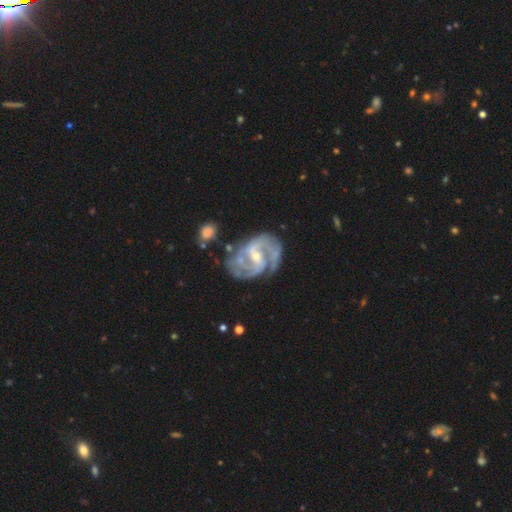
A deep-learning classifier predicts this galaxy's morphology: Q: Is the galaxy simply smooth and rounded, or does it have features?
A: featured or disk — 91%.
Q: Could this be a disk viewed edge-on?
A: no — 98%.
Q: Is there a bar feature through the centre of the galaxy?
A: weak — 45%.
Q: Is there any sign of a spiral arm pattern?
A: yes — 97%.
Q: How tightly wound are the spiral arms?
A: medium — 51%.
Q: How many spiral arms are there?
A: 2 — 61%.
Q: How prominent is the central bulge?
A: small — 64%.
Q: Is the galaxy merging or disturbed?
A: none — 58%.